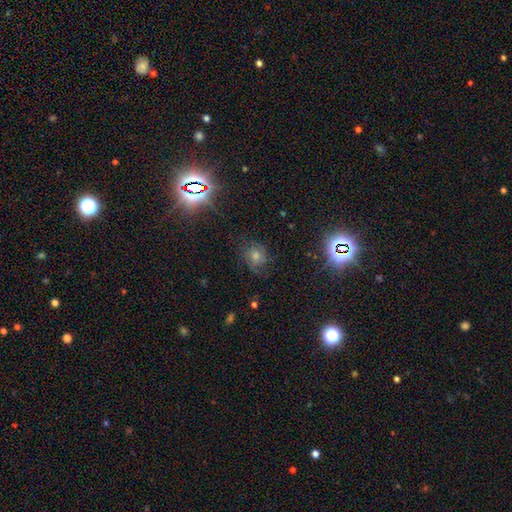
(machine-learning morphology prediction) Overall: star or artifact (40%; featured or disk 39%).